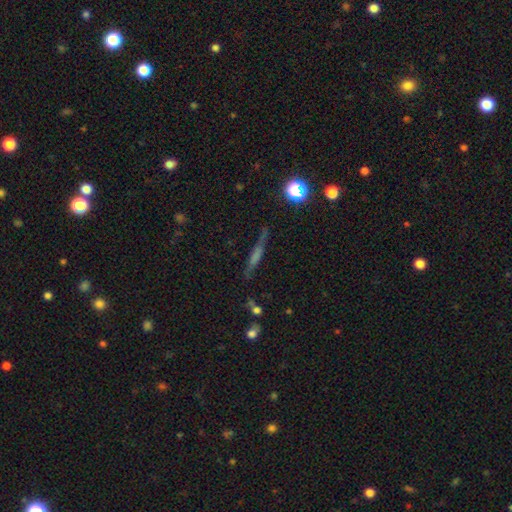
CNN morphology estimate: This is possibly a featured or disk galaxy (50%). It is clearly viewed edge-on (90%). Merging: likely none (79%).